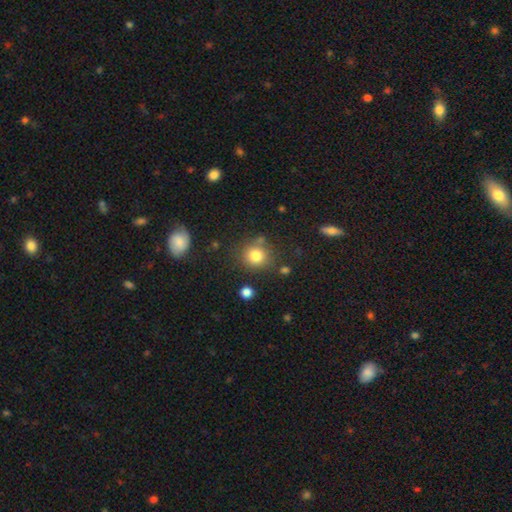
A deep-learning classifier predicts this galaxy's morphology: Smooth or featured?
  - smooth: 81% *
  - star or artifact: 12%
  - featured or disk: 7%
How rounded?
  - round: 88% *
  - in between: 11%
  - cigar-shaped: 1%
Merging?
  - none: 77% *
  - minor disturbance: 12%
  - merger: 7%
  - major disturbance: 4%